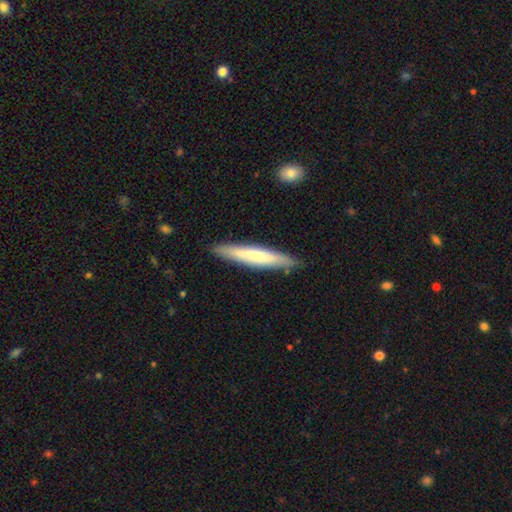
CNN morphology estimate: The model was most divided on "smooth or featured": smooth: 62%, featured or disk: 33%, star or artifact: 5%. More confident: how rounded — cigar-shaped (93%); merging — none (88%).